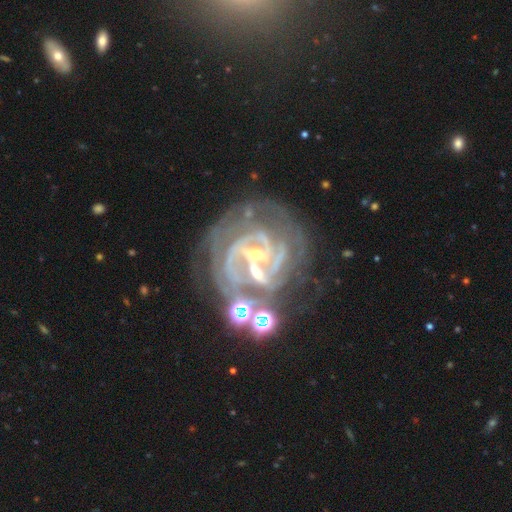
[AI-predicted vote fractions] Morphology: type=featured or disk (89%); edge-on=no (98%); bar=strong (51%); spiral arms=yes (97%); winding=tight (59%); arm count=2 (29%); bulge=small (68%); merging=none (49%).